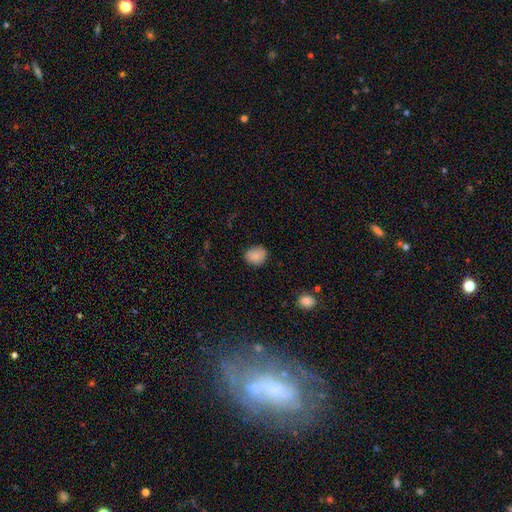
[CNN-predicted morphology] smooth_or_featured: smooth (p=0.86) [alt: star or artifact p=0.09]
how_rounded: round (p=0.67) [alt: in between p=0.32]
merging: none (p=0.80) [alt: minor disturbance p=0.16]